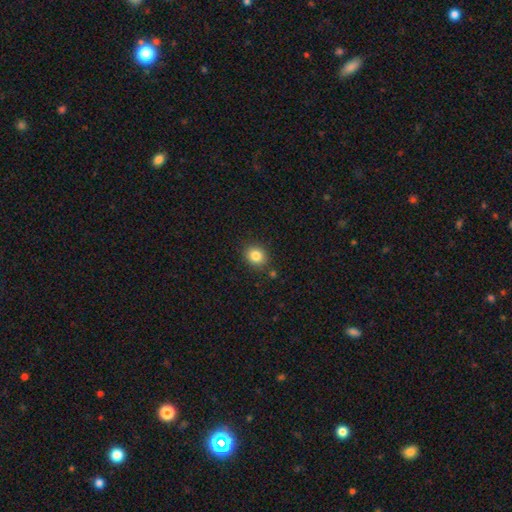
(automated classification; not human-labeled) smooth_or_featured: smooth (p=0.84) [alt: star or artifact p=0.10]
how_rounded: round (p=0.68) [alt: in between p=0.31]
merging: none (p=0.86) [alt: minor disturbance p=0.09]